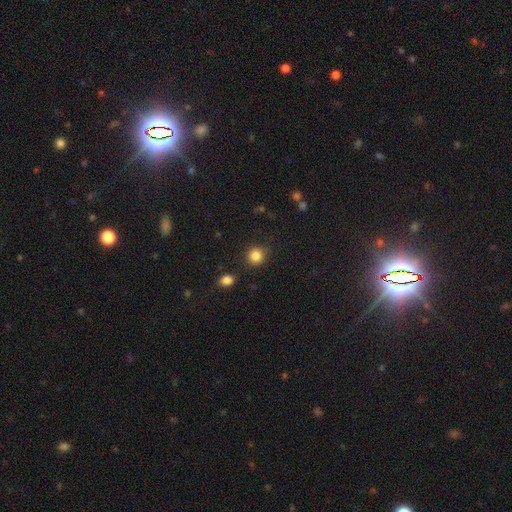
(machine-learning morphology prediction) smooth-or-featured: smooth: 85% | star or artifact: 11% | featured or disk: 4%
  how-rounded: round: 89% | in between: 10% | cigar-shaped: 1%
  merging: none: 85% | minor disturbance: 9% | major disturbance: 3% | merger: 3%